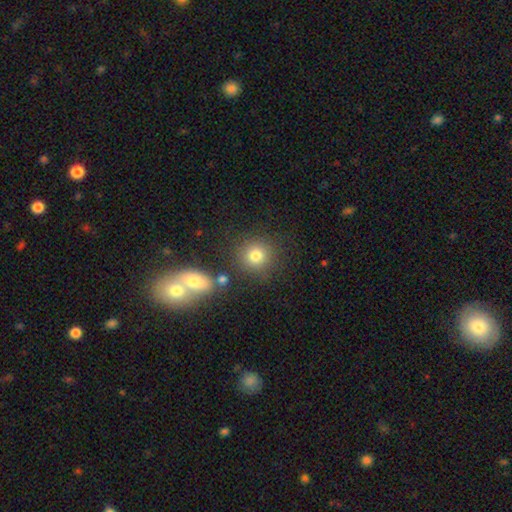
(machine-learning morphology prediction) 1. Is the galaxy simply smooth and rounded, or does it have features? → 79% smooth, 13% star or artifact, 8% featured or disk.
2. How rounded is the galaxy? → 89% round, 10% in between, 1% cigar-shaped.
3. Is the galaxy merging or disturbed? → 79% none, 9% minor disturbance, 8% merger, 4% major disturbance.